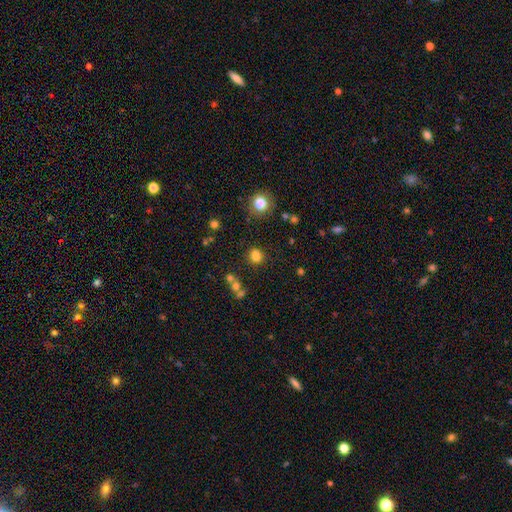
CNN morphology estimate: This is likely a smooth galaxy (80%). How rounded: likely round (75%). Merging: clearly none (81%).